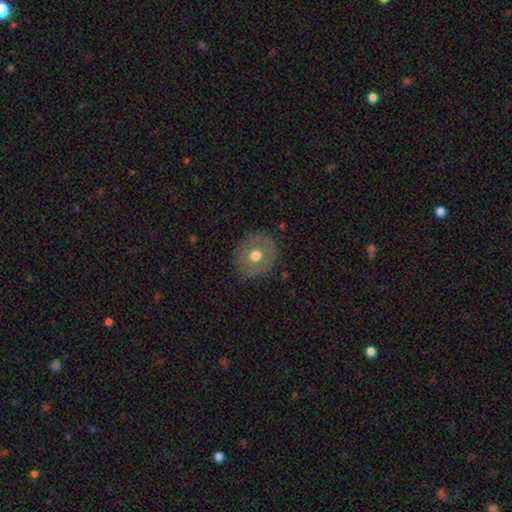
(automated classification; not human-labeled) Morphology: type=smooth (57%); roundness=round (77%); merging=none (84%).